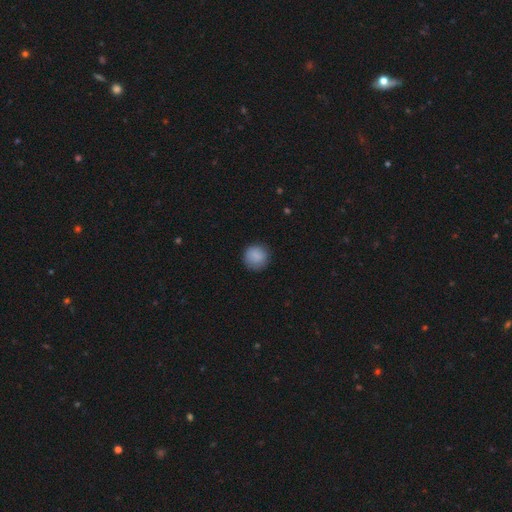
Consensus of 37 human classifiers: This appears to be a smooth galaxy with no disk features (89%) that is round (94%). Merging: none (91%).